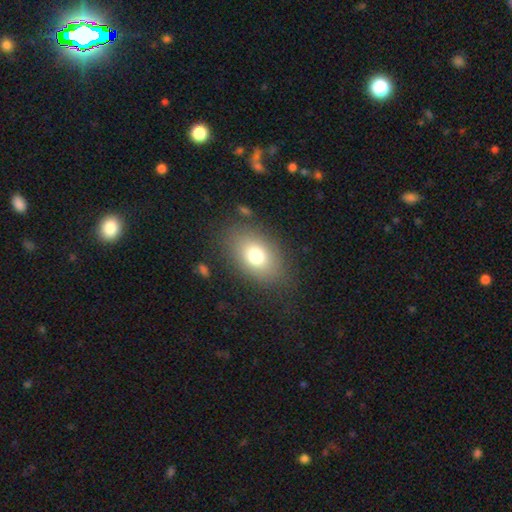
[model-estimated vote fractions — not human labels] Smooth or featured?
  - smooth: 75% *
  - featured or disk: 15%
  - star or artifact: 11%
How rounded?
  - in between: 80% *
  - round: 18%
  - cigar-shaped: 1%
Merging?
  - none: 80% *
  - minor disturbance: 12%
  - major disturbance: 6%
  - merger: 2%